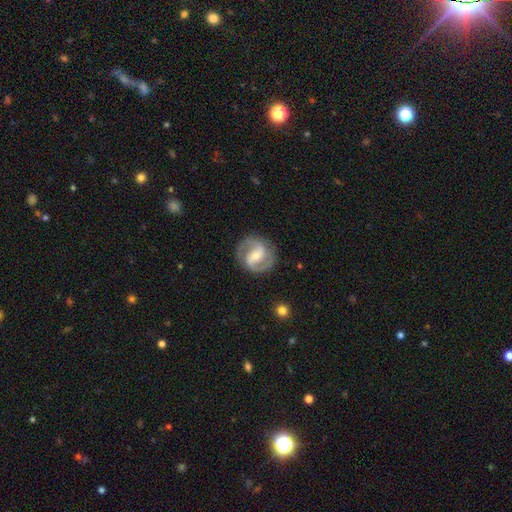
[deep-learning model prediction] This is clearly a featured or disk galaxy (88%). It is clearly not viewed edge-on (98%). Bar: marginally weak (43%). Spiral arm pattern: clearly yes (96%). Spiral arm count: clearly 2 (92%). Spiral winding: possibly medium (56%). Central bulge: possibly small (48%). Merging: clearly none (86%).